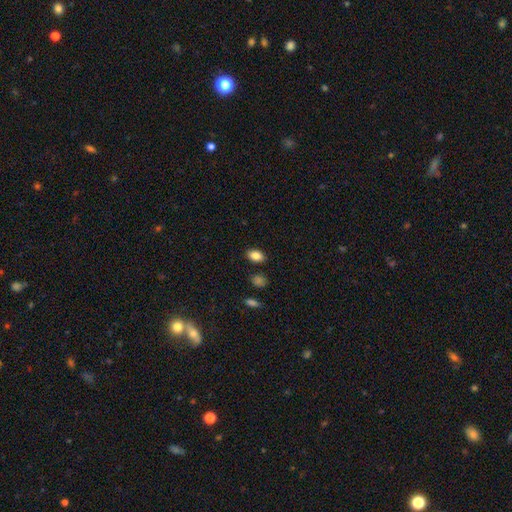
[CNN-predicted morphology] type=smooth (85%); roundness=in between (87%); merging=none (86%).